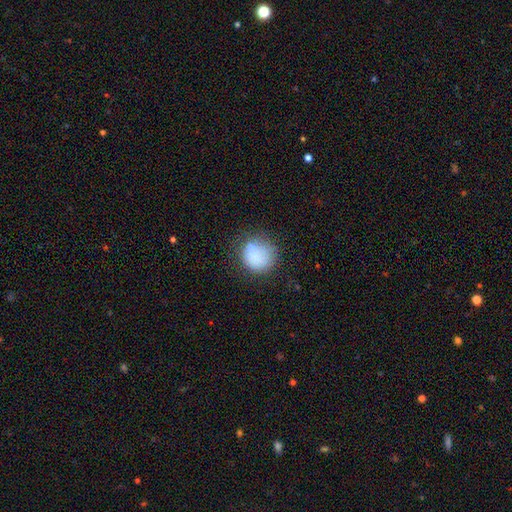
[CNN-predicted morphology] Q: Smooth or featured?
A: smooth (82%); runner-up: star or artifact (9%)
Q: How rounded?
A: round (83%); runner-up: in between (16%)
Q: Merging?
A: none (65%); runner-up: minor disturbance (23%)